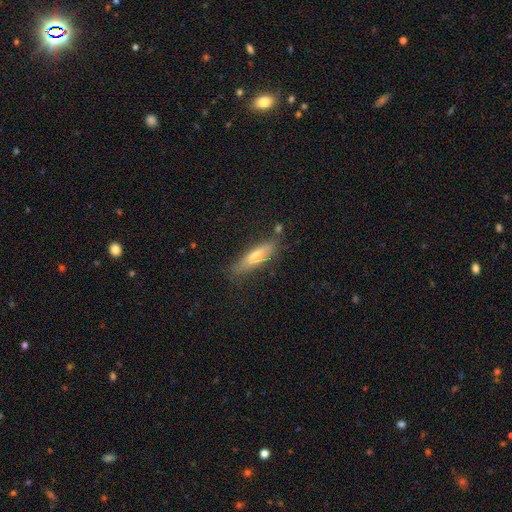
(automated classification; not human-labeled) smooth_or_featured: smooth (p=0.57) [alt: featured or disk p=0.35]
how_rounded: cigar-shaped (p=0.70) [alt: in between p=0.28]
merging: none (p=0.75) [alt: minor disturbance p=0.18]